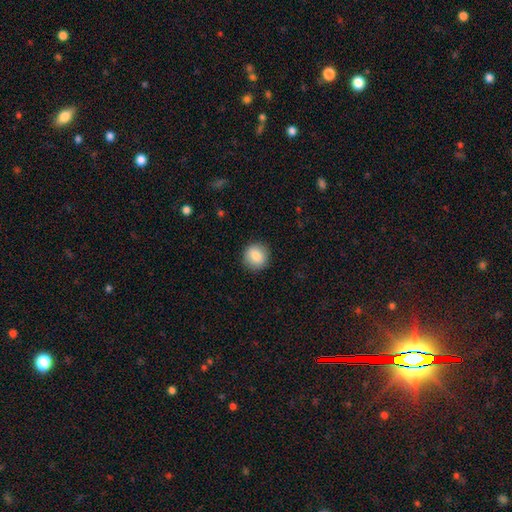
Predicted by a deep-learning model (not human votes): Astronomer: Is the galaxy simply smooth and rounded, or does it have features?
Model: smooth — 85%.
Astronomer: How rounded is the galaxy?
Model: round — 91%.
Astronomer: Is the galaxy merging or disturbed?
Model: none — 90%.